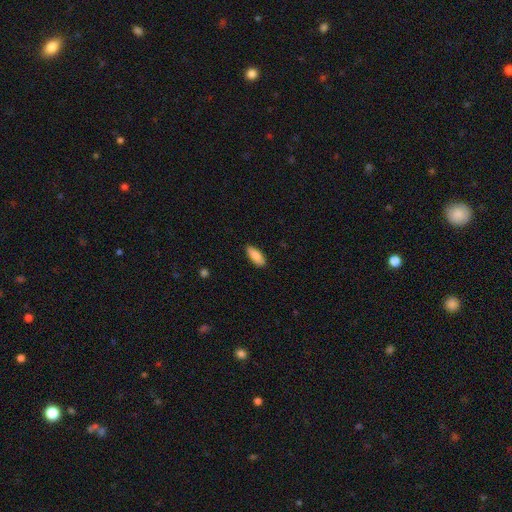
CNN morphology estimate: Smooth or featured? Predicted: smooth (p=0.87). How rounded? Predicted: in between (p=0.78). Merging? Predicted: none (p=0.86).